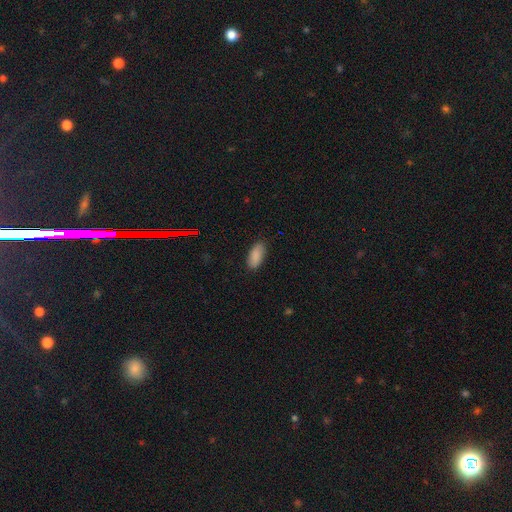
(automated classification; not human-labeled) A smooth galaxy with no disk features (89%) that is in between round and cigar-shaped (89%). Merging: none (86%).